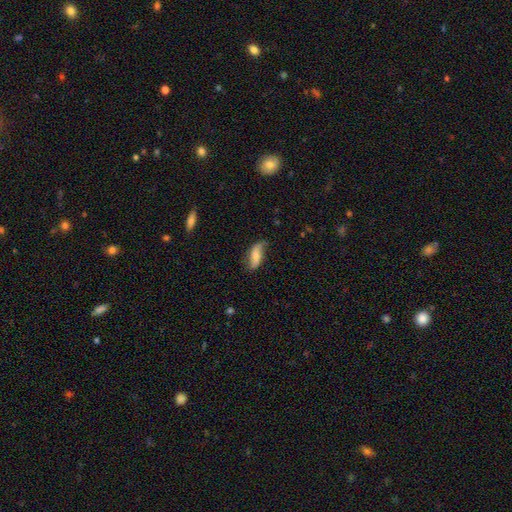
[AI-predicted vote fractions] smooth-or-featured: featured or disk: 47% | smooth: 46% | star or artifact: 7%
  merging: none: 58% | minor disturbance: 30% | major disturbance: 10% | merger: 2%